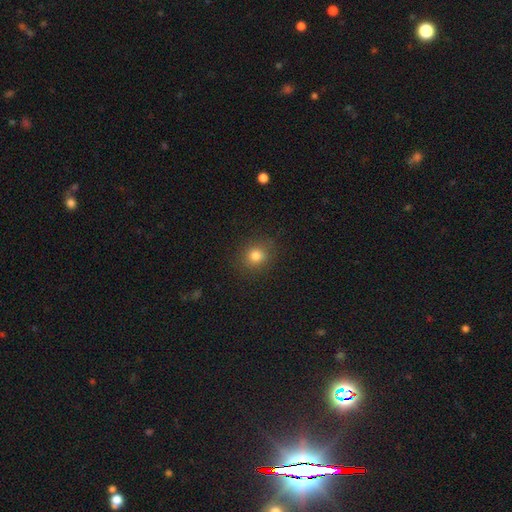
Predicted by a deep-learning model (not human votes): Overall: smooth (81%). How rounded: round (81%). Merging: none (88%).